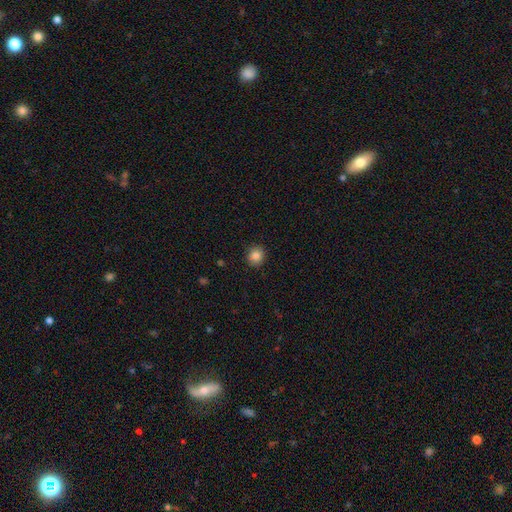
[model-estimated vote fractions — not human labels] Smooth or featured? Predicted: smooth (p=0.85). How rounded? Predicted: round (p=0.85). Merging? Predicted: none (p=0.90).